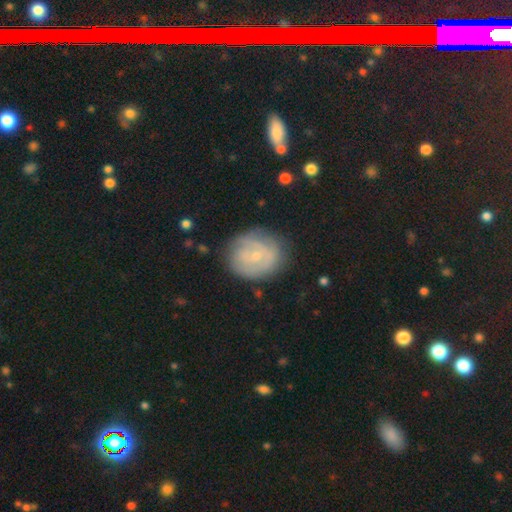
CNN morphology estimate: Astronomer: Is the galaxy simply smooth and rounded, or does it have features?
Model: featured or disk — 59%.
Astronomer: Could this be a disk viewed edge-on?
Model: no — 97%.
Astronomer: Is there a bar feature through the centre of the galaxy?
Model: no — 65%.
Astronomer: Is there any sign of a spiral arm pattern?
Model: yes — 67%.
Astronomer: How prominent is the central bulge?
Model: small — 73%.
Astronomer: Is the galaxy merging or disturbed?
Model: none — 73%.